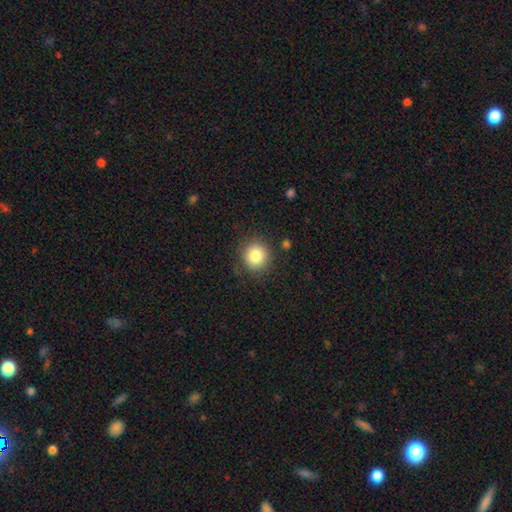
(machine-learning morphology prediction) Smooth or featured: smooth — 84% (star or artifact — 10%)
How rounded: round — 91% (in between — 9%)
Merging: none — 87% (minor disturbance — 8%)